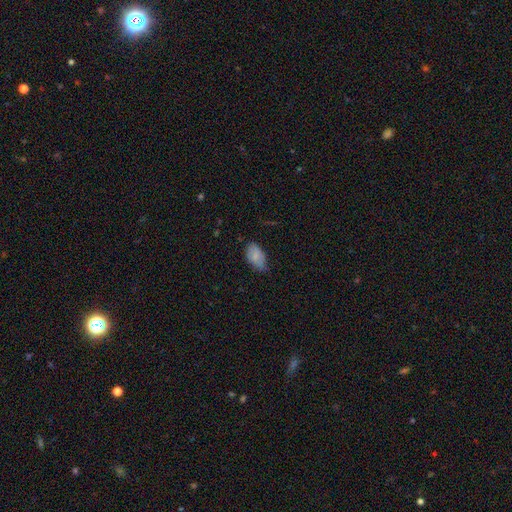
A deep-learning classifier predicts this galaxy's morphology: Q: Smooth or featured?
A: smooth (78%); runner-up: featured or disk (15%)
Q: How rounded?
A: in between (93%); runner-up: round (5%)
Q: Merging?
A: none (61%); runner-up: minor disturbance (32%)